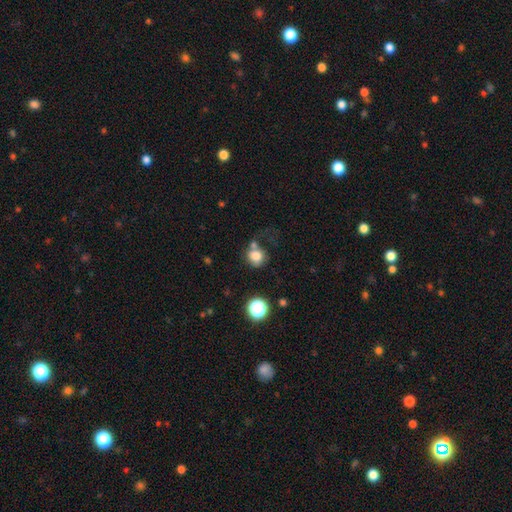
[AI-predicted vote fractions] smooth 78%, star or artifact 12%, featured or disk 10%. Down the decision tree: how rounded — round (78%); merging — none (50%).